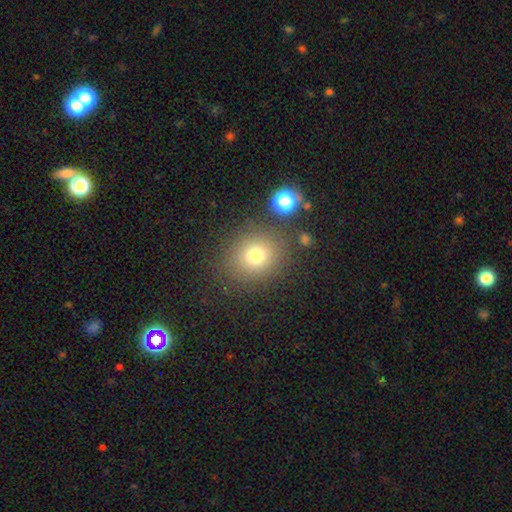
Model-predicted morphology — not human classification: Q: Smooth or featured?
A: smooth (74%); runner-up: star or artifact (16%)
Q: How rounded?
A: round (76%); runner-up: in between (23%)
Q: Merging?
A: none (81%); runner-up: minor disturbance (10%)